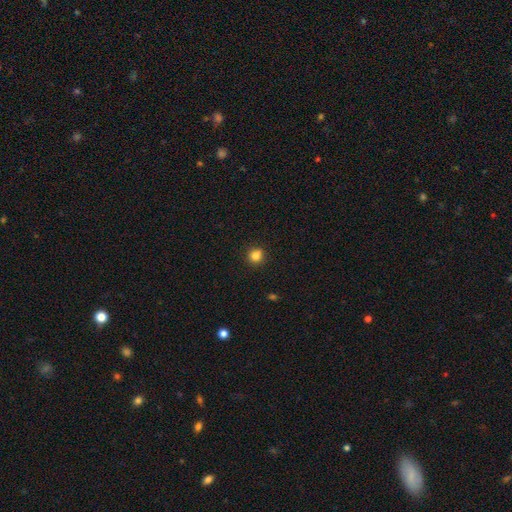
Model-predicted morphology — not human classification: The model was most divided on "smooth or featured": smooth: 83%, star or artifact: 12%, featured or disk: 5%. More confident: how rounded — round (88%); merging — none (88%).